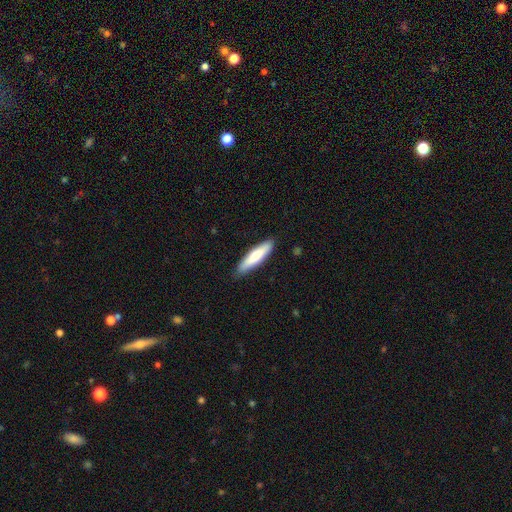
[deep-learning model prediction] smooth-or-featured: smooth: 71% | featured or disk: 24% | star or artifact: 5%
  how-rounded: cigar-shaped: 76% | in between: 23% | round: 1%
  merging: none: 87% | minor disturbance: 10% | major disturbance: 2% | merger: 1%